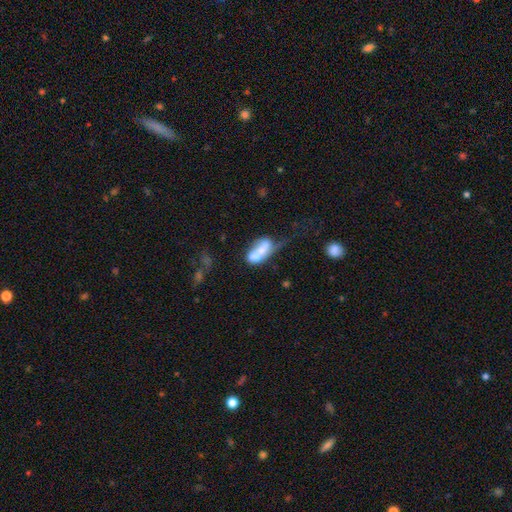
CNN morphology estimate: Smooth or featured? Predicted: smooth (p=0.46). Merging? Predicted: none (p=0.35).